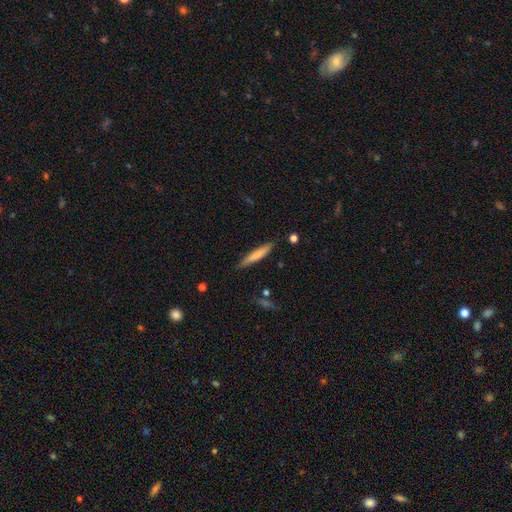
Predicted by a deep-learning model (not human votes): A smooth galaxy with no disk features (70%) that is cigar-shaped (92%). Merging: none (85%).